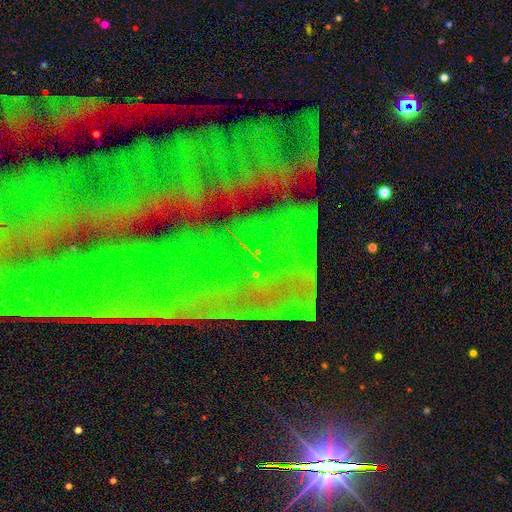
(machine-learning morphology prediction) This appears to be a star or artifact, not a galaxy (83%).